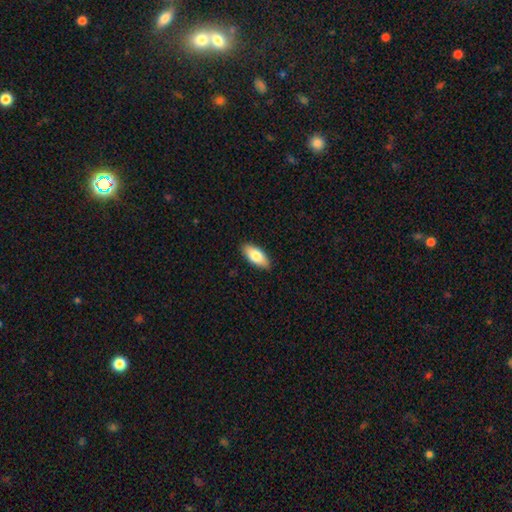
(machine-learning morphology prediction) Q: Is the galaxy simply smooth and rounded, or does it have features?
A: smooth — 79%.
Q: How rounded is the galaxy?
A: in between — 87%.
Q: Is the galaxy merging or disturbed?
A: none — 89%.